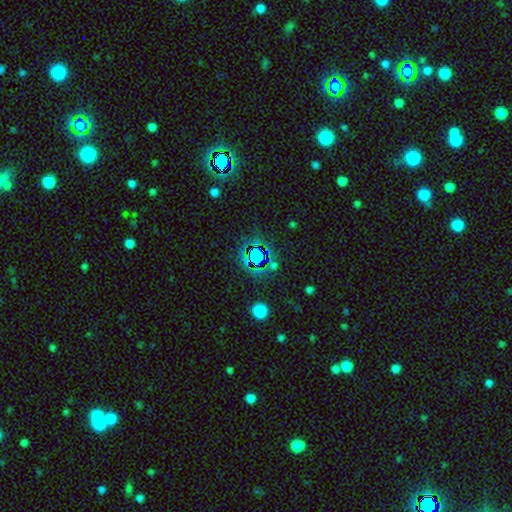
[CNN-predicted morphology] A star or artifact, not a galaxy (64%).

Vote fractions:
- Smooth or featured? star or artifact: 64% / smooth: 25% / featured or disk: 11%